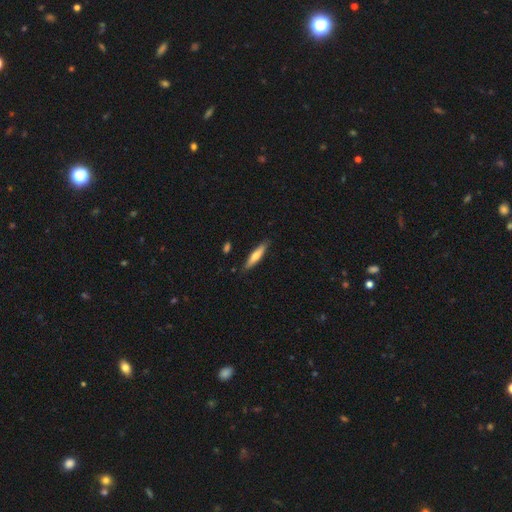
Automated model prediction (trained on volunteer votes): Q: Smooth or featured?
A: smooth (61%); runner-up: featured or disk (34%)
Q: How rounded?
A: cigar-shaped (83%); runner-up: in between (15%)
Q: Merging?
A: none (87%); runner-up: minor disturbance (10%)